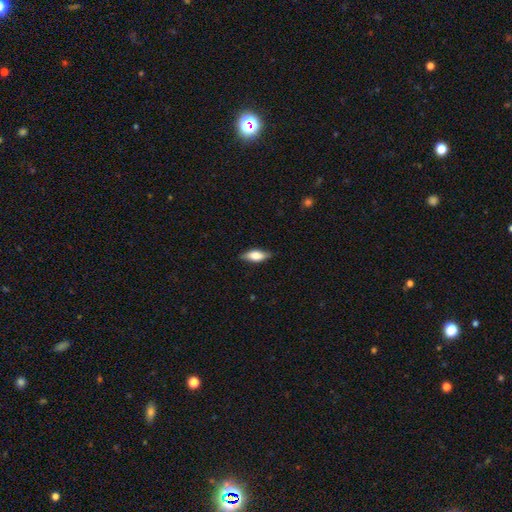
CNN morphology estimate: Smooth or featured?
  - smooth: 72% *
  - featured or disk: 22%
  - star or artifact: 6%
How rounded?
  - in between: 76% *
  - cigar-shaped: 21%
  - round: 3%
Merging?
  - none: 82% *
  - minor disturbance: 15%
  - major disturbance: 3%
  - merger: 1%